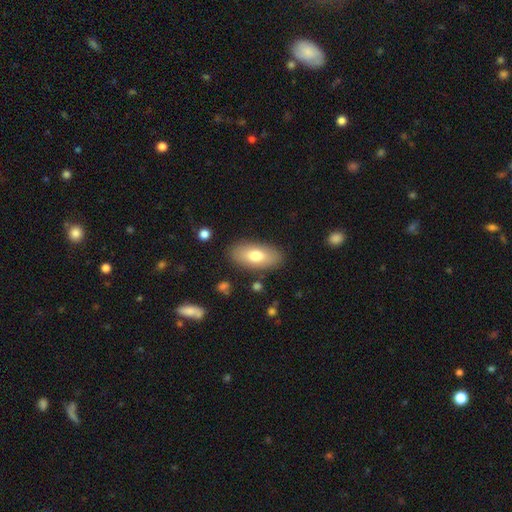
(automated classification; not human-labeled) smooth 73%, featured or disk 21%, star or artifact 6%. Down the decision tree: how rounded — in between (90%); merging — none (85%).